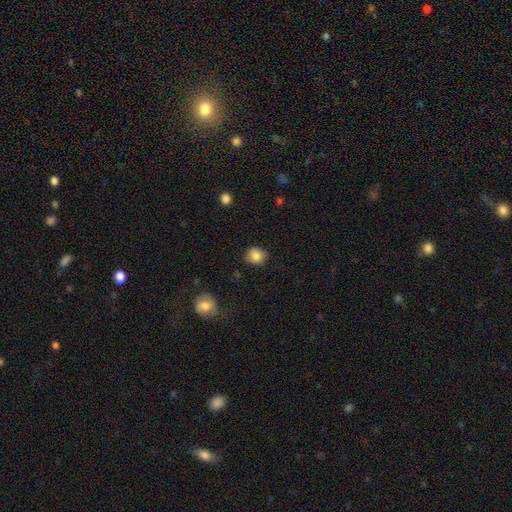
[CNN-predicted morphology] A smooth galaxy with no disk features (85%) that is round (72%). Merging: none (81%).